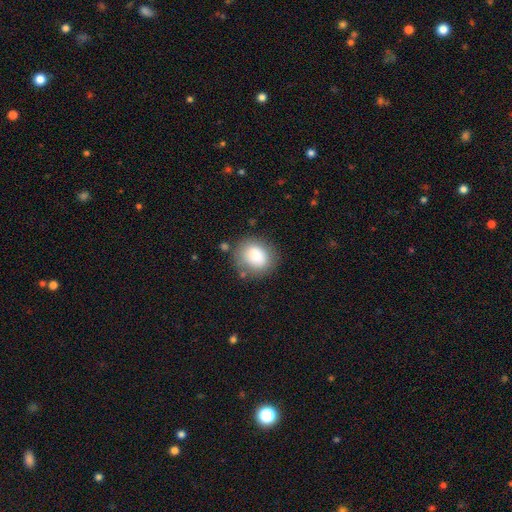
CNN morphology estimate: Q: Smooth or featured?
A: smooth (84%); runner-up: star or artifact (8%)
Q: How rounded?
A: round (60%); runner-up: in between (39%)
Q: Merging?
A: none (72%); runner-up: minor disturbance (17%)